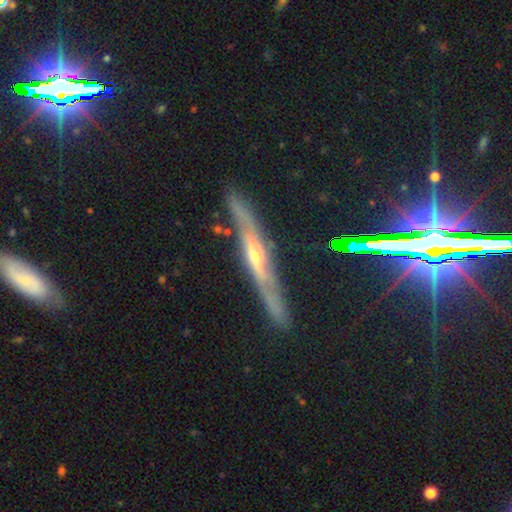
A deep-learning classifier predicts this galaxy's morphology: smooth-or-featured: featured or disk: 75% | smooth: 17% | star or artifact: 8%
  disk-edge-on: yes: 85% | no: 15%
    edge-on-bulge: rounded: 66% | none: 25% | boxy: 9%
  merging: none: 78% | minor disturbance: 15% | major disturbance: 4% | merger: 3%